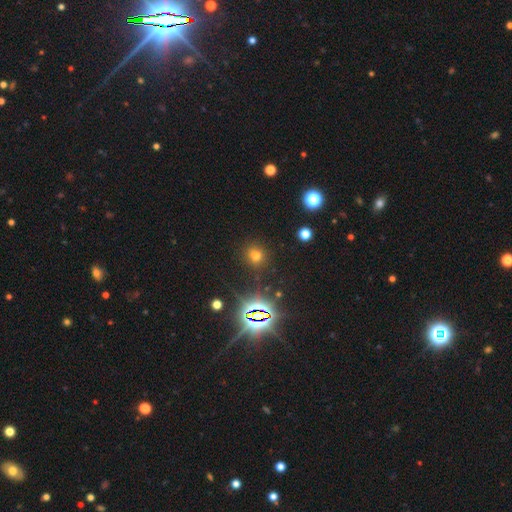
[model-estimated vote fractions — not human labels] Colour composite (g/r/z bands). It shows a smooth galaxy with no disk features (65%) that is round (87%). Merging: none (87%).